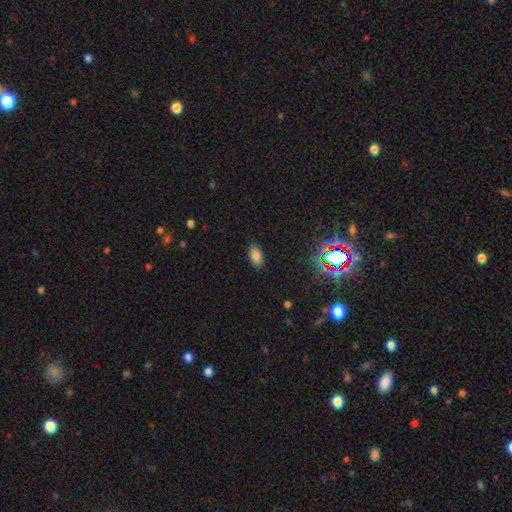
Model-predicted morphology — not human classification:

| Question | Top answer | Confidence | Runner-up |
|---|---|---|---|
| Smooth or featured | smooth | 80% | star or artifact (13%) |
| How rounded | in between | 92% | round (5%) |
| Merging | none | 87% | minor disturbance (10%) |